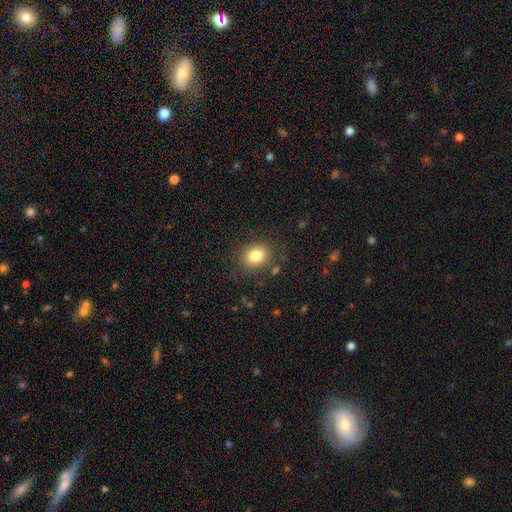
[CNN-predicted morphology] Q: Smooth or featured?
A: smooth (82%); runner-up: star or artifact (10%)
Q: How rounded?
A: round (62%); runner-up: in between (37%)
Q: Merging?
A: none (85%); runner-up: minor disturbance (10%)